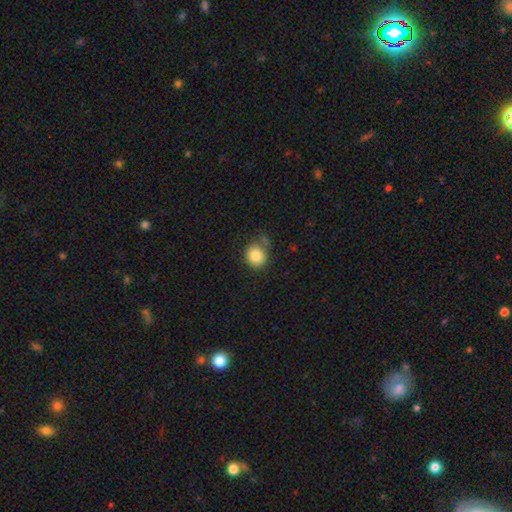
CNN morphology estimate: type=smooth (84%); roundness=round (84%); merging=none (70%).